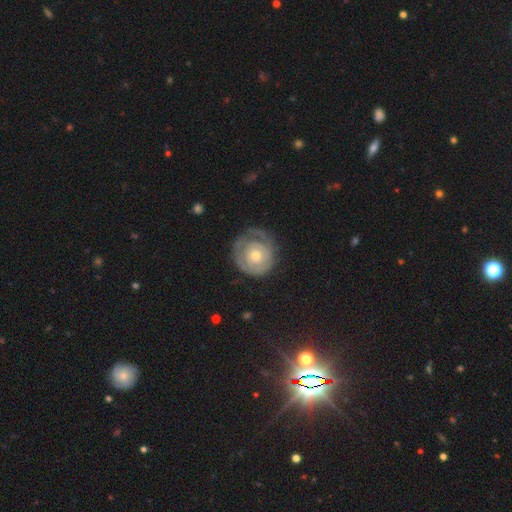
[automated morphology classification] Smooth or featured: featured or disk — 61% (smooth — 33%)
Edge-on disk: no — 97% (yes — 3%)
Bar: no — 85% (weak — 13%)
Spiral arms: yes — 67% (no — 33%)
Bulge size: moderate — 48% (small — 46%)
Merging: none — 59% (minor disturbance — 24%)